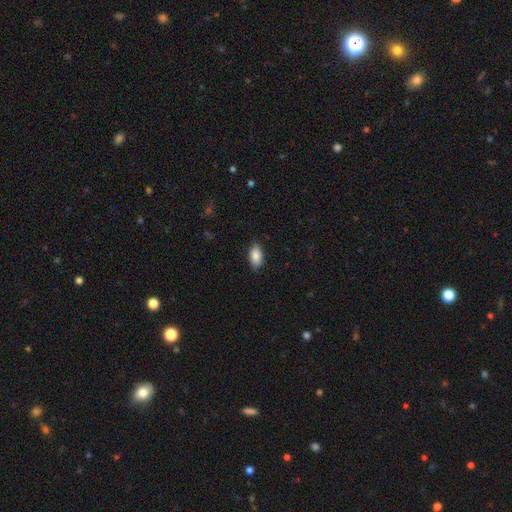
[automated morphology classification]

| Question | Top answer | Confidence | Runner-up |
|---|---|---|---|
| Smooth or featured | smooth | 87% | star or artifact (7%) |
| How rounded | in between | 92% | cigar-shaped (4%) |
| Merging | none | 84% | minor disturbance (13%) |